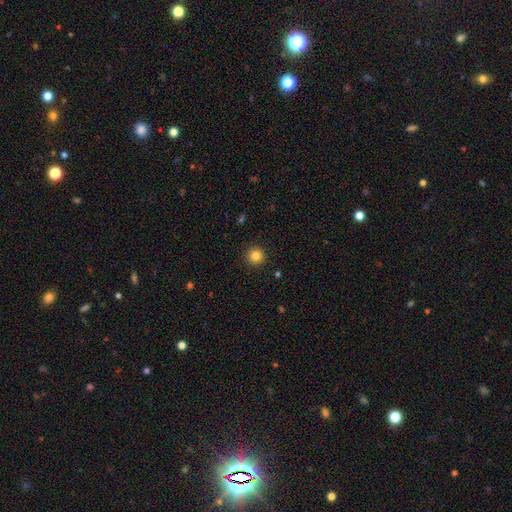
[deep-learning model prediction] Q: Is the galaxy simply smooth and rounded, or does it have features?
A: smooth — 83%.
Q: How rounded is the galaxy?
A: round — 95%.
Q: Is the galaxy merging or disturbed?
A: none — 92%.